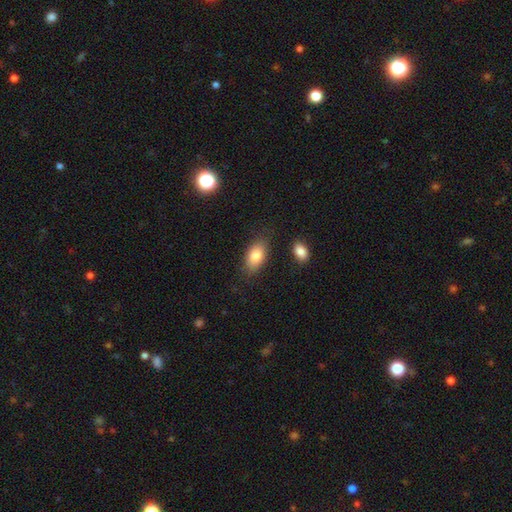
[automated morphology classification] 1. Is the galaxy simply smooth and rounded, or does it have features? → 82% smooth, 11% featured or disk, 7% star or artifact.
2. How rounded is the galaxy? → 90% in between, 6% round, 4% cigar-shaped.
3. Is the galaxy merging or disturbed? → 79% none, 14% minor disturbance, 4% major disturbance, 3% merger.